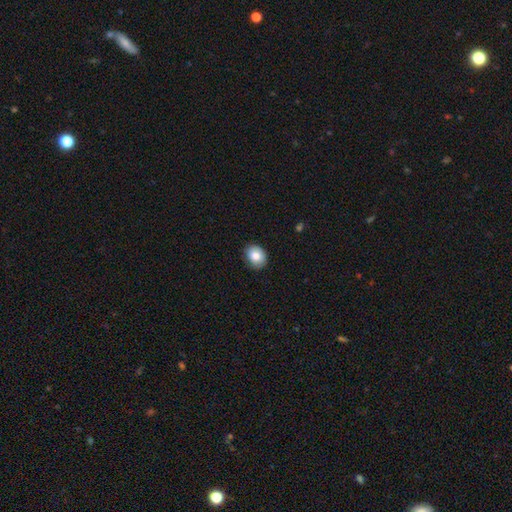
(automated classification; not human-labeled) This is clearly a smooth galaxy (83%). How rounded: possibly in between (54%). Merging: clearly none (85%).